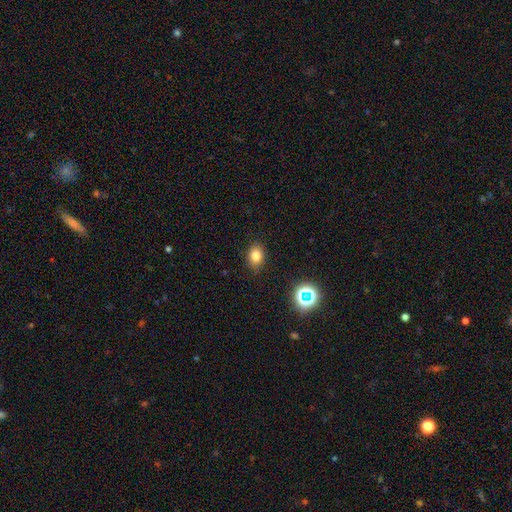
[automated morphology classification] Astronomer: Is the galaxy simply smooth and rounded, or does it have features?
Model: smooth — 79%.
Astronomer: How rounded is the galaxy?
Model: in between — 63%.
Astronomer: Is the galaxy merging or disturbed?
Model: none — 86%.